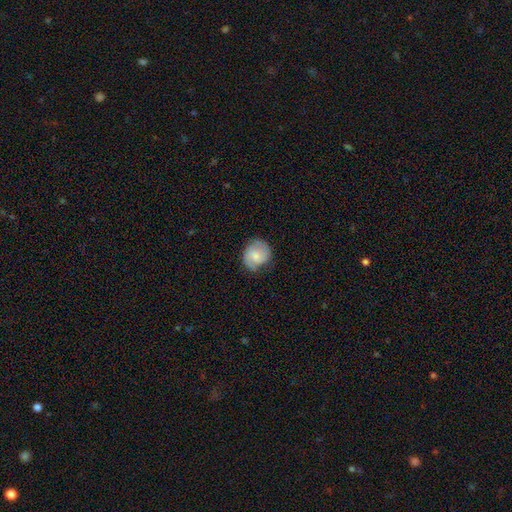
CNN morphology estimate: A smooth galaxy with no disk features (56%) that is round (77%). Merging: none (71%).